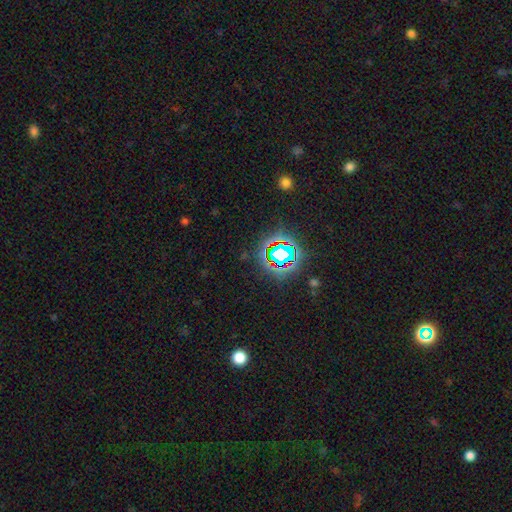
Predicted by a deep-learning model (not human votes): The model was most divided on "smooth or featured": star or artifact: 77%, smooth: 15%, featured or disk: 8%.